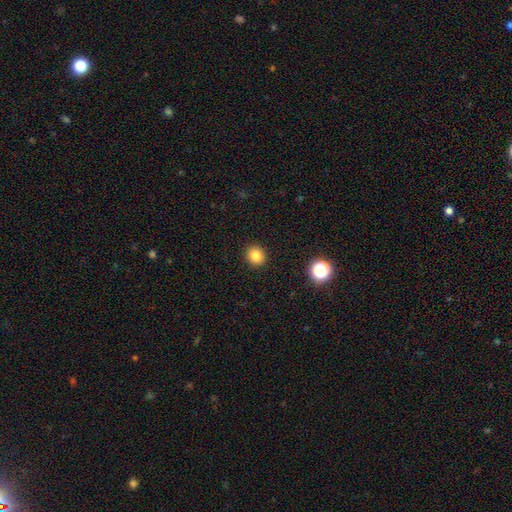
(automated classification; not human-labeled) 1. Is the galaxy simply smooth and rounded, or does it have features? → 82% smooth, 12% star or artifact, 6% featured or disk.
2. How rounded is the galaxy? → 86% round, 13% in between, 1% cigar-shaped.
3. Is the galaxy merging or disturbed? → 92% none, 5% minor disturbance, 2% major disturbance, 1% merger.